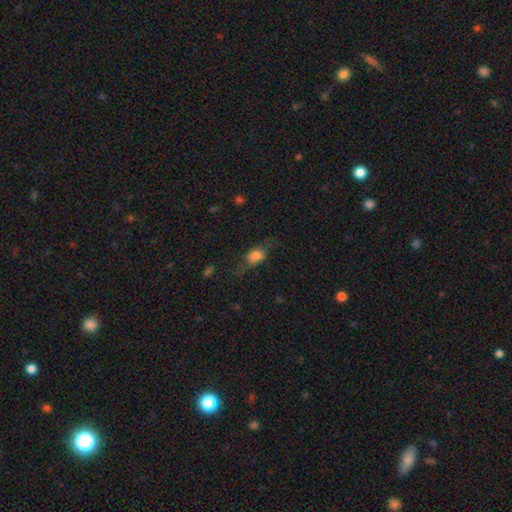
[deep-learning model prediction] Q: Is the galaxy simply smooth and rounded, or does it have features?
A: smooth — 70%.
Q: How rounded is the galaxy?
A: in between — 72%.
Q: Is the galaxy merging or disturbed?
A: none — 55%.